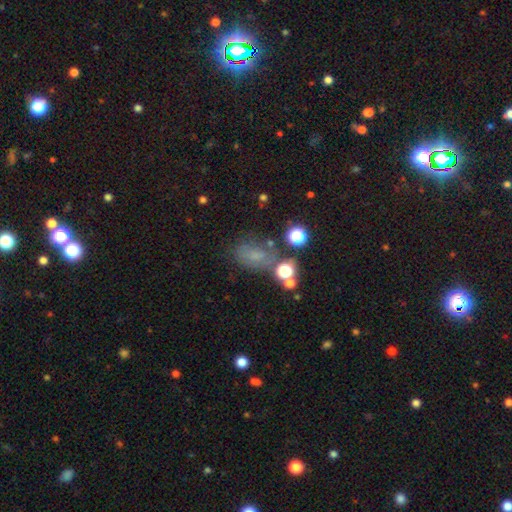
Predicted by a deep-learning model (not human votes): smooth_or_featured: smooth (p=0.52) [alt: star or artifact p=0.31]
how_rounded: in between (p=0.71) [alt: round p=0.26]
merging: none (p=0.54) [alt: minor disturbance p=0.21]